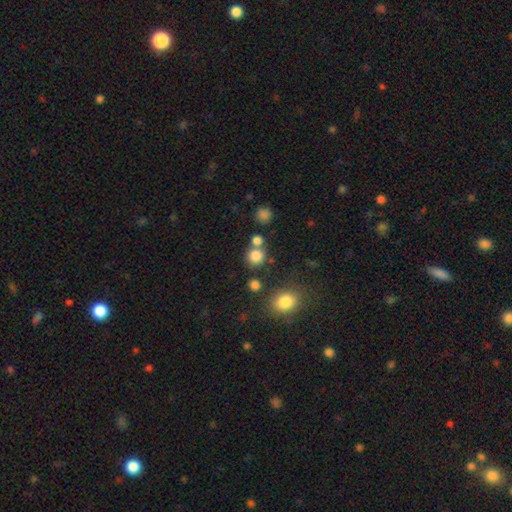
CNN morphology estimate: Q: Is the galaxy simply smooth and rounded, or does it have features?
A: smooth — 81%.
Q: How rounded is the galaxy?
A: round — 87%.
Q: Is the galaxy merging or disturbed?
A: none — 66%.